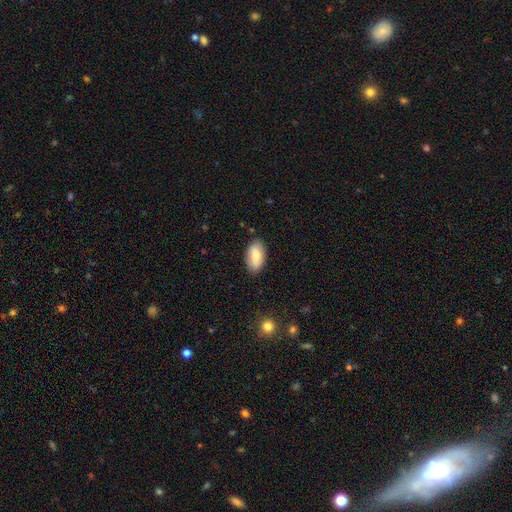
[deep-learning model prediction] Smooth or featured? smooth (74%)
How rounded? in between (93%)
Merging? none (84%)